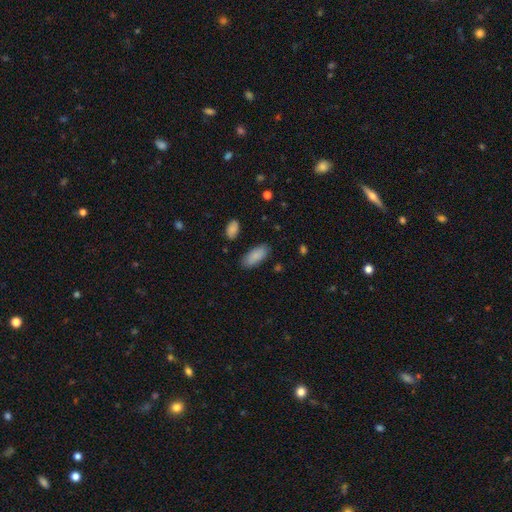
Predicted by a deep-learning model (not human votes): Overall: smooth (87%). How rounded: in between (87%). Merging: none (84%).